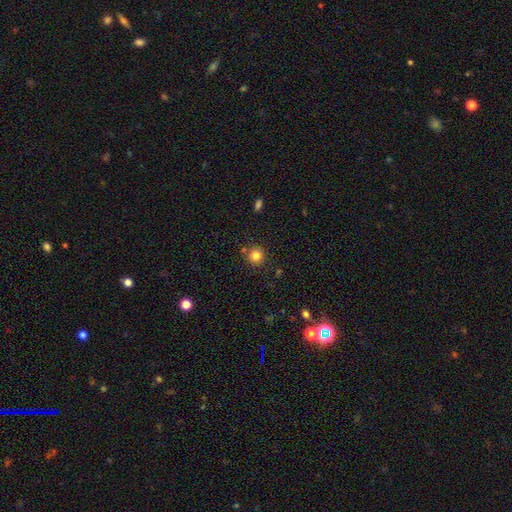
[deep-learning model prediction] Smooth or featured? smooth (81%)
How rounded? round (93%)
Merging? none (82%)